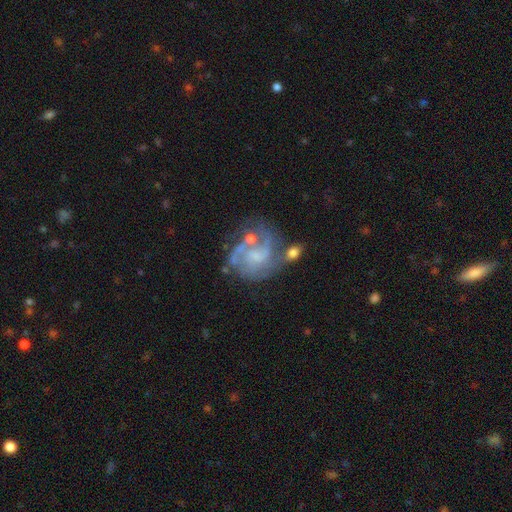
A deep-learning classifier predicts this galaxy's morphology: type=featured or disk (78%); edge-on=no (98%); bar=no (55%); spiral arms=yes (87%); winding=medium (47%); arm count=2 (41%); bulge=small (45%); merging=none (48%).